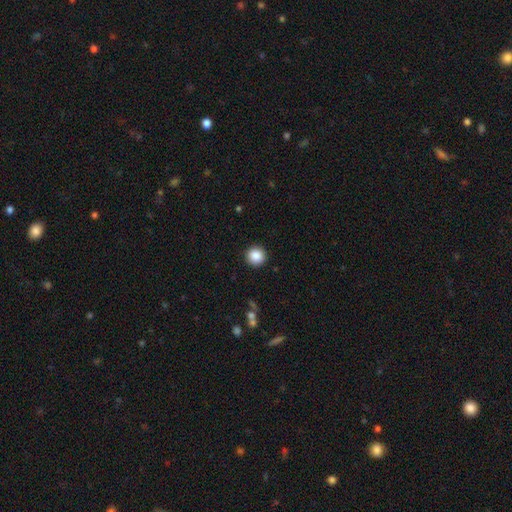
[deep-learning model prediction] A smooth galaxy with no disk features (88%) that is round (95%).

Vote fractions:
- Smooth or featured? smooth: 88% / star or artifact: 9% / featured or disk: 3%
- How rounded? round: 95% / in between: 4% / cigar-shaped: 1%
- Merging? none: 92% / minor disturbance: 5% / major disturbance: 2% / merger: 1%